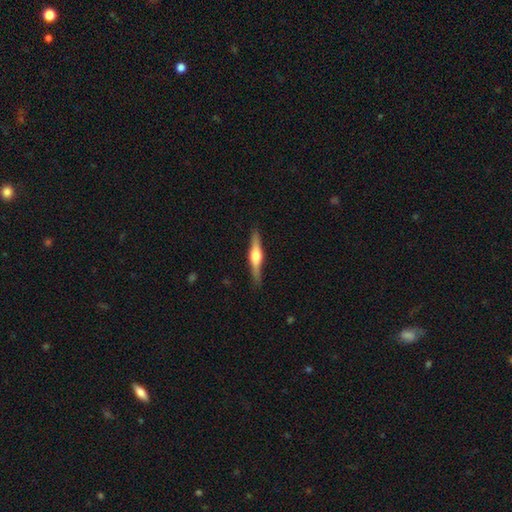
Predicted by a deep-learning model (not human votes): Smooth or featured: featured or disk — 69% (smooth — 26%)
Edge-on disk: yes — 98% (no — 2%)
Edge-on bulge: rounded — 92% (boxy — 5%)
Merging: none — 89% (minor disturbance — 8%)